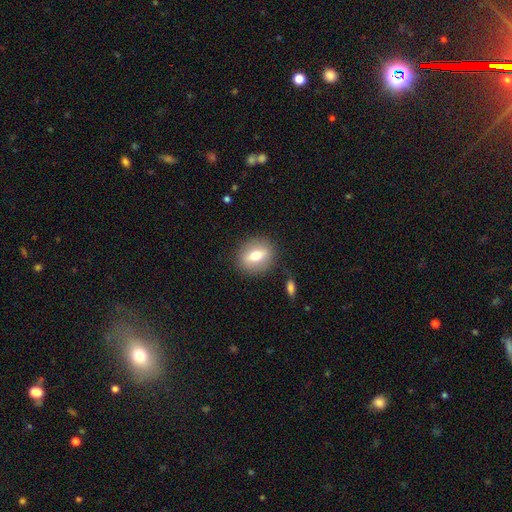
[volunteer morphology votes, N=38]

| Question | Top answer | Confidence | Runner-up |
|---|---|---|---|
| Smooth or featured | smooth | 61% | featured or disk (34%) |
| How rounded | round | 57% | in between (43%) |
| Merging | none | 94% | minor disturbance (6%) |